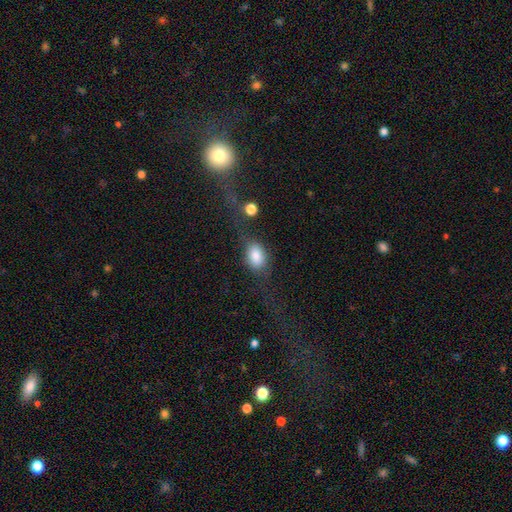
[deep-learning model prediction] This is likely a smooth galaxy (80%). How rounded: likely in between (76%). Merging: marginally none (43%).